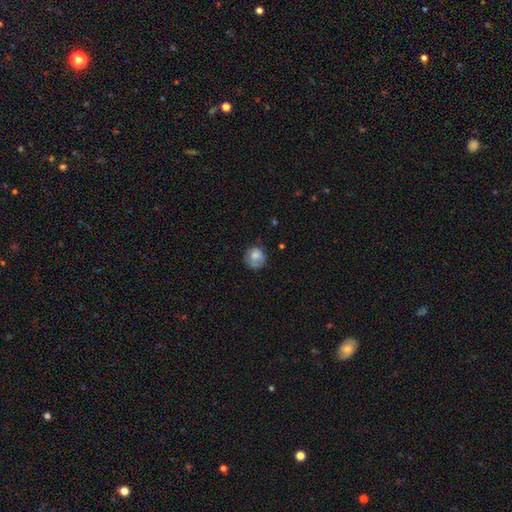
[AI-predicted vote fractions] Smooth or featured? smooth (76%)
How rounded? round (85%)
Merging? none (62%)